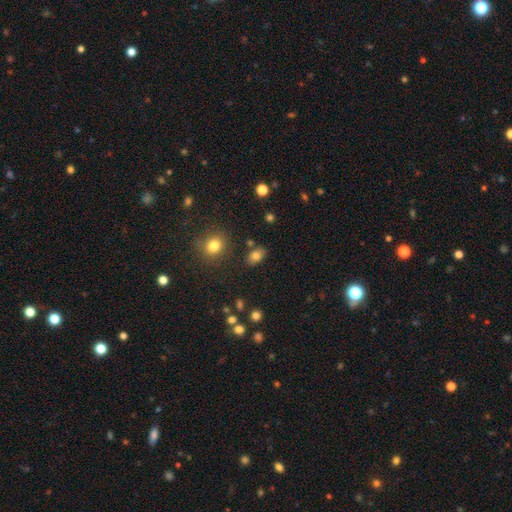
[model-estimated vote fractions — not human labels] smooth_or_featured: smooth (p=0.80) [alt: star or artifact p=0.11]
how_rounded: in between (p=0.84) [alt: round p=0.14]
merging: none (p=0.79) [alt: minor disturbance p=0.12]